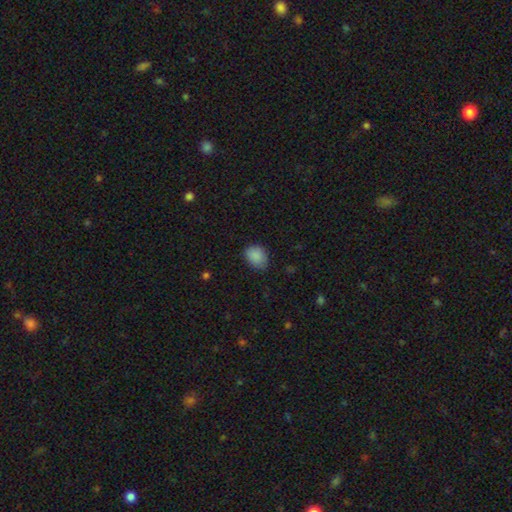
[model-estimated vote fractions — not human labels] smooth 88%, star or artifact 9%, featured or disk 4%. Down the decision tree: how rounded — in between (60%); merging — none (72%).